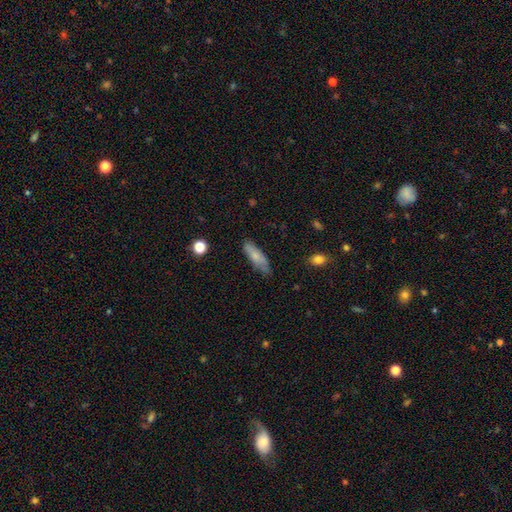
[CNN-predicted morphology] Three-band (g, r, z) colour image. It shows a smooth galaxy with no disk features (75%) that is cigar-shaped (51%). Merging: none (72%).